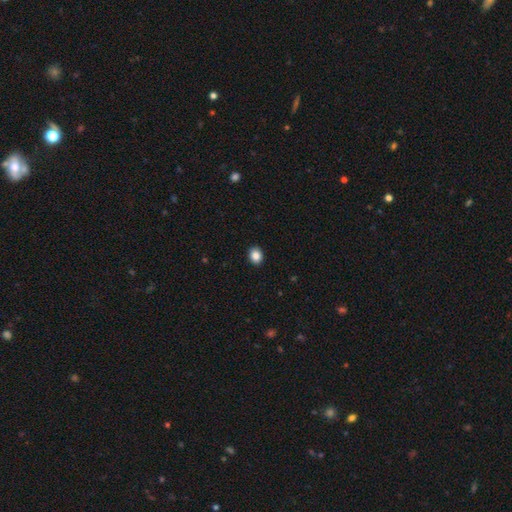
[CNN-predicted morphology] type=smooth (86%); roundness=round (53%); merging=none (92%).